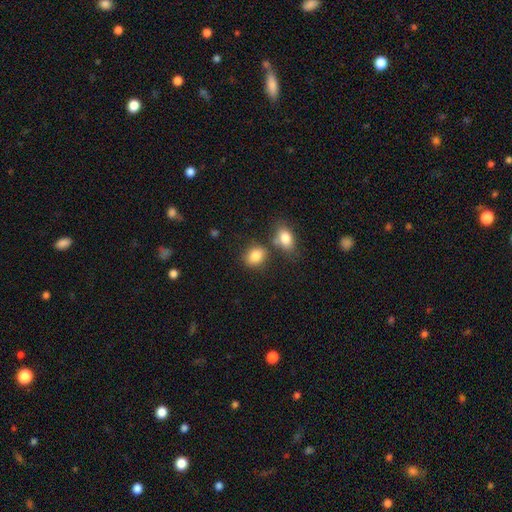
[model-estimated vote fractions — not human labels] Smooth or featured? Predicted: smooth (p=0.84). How rounded? Predicted: in between (p=0.65). Merging? Predicted: none (p=0.65).